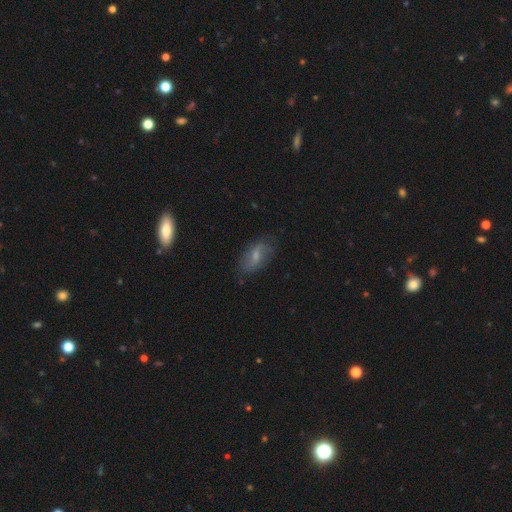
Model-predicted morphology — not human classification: smooth 47%, featured or disk 45%, star or artifact 8%. Down the decision tree: merging — none (70%).